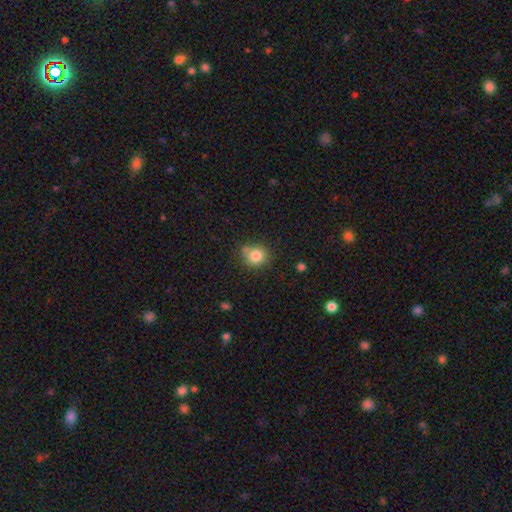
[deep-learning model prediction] smooth_or_featured: smooth (p=0.82) [alt: star or artifact p=0.11]
how_rounded: round (p=0.81) [alt: in between p=0.18]
merging: none (p=0.68) [alt: minor disturbance p=0.17]